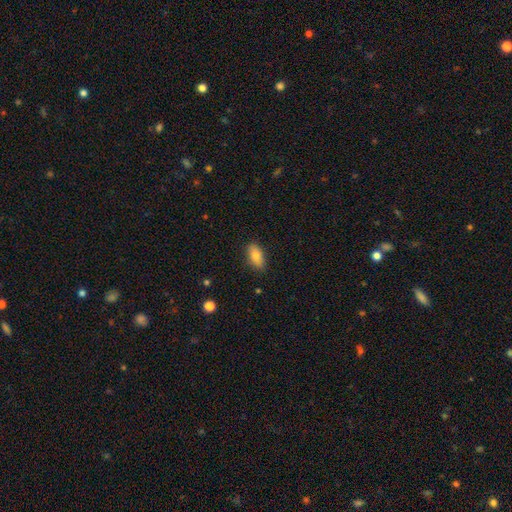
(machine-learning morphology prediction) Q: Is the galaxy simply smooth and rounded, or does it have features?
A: smooth — 81%.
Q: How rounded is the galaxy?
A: in between — 88%.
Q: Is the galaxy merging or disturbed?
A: none — 85%.